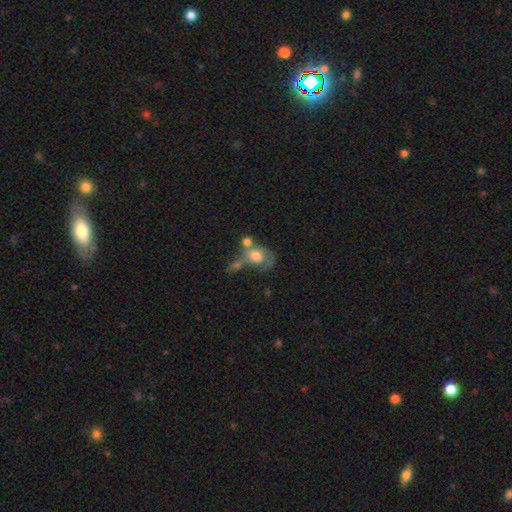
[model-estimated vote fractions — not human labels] smooth-or-featured: smooth: 58% | featured or disk: 33% | star or artifact: 10%
  how-rounded: in between: 52% | round: 46% | cigar-shaped: 2%
  merging: merger: 52% | major disturbance: 18% | none: 18% | minor disturbance: 11%